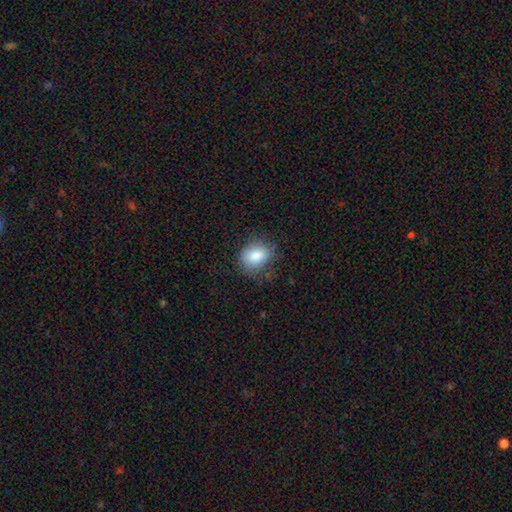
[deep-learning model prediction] Morphology: type=smooth (84%); roundness=in between (57%); merging=none (71%).